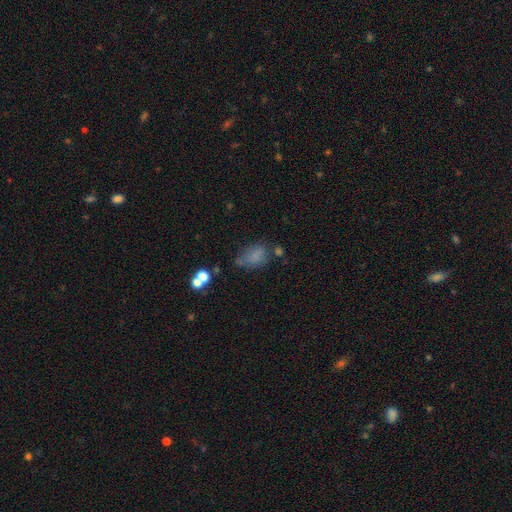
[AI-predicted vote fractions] Q: Smooth or featured?
A: smooth (72%); runner-up: featured or disk (14%)
Q: How rounded?
A: in between (83%); runner-up: round (15%)
Q: Merging?
A: none (45%); runner-up: minor disturbance (27%)